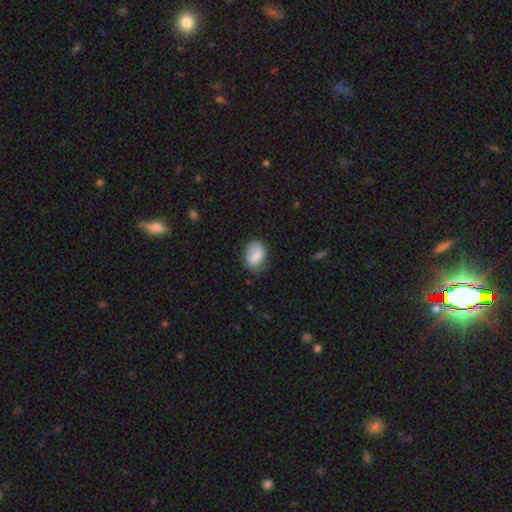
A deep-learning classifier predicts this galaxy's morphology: smooth-or-featured: smooth: 80% | featured or disk: 12% | star or artifact: 7%
  how-rounded: in between: 78% | round: 21% | cigar-shaped: 1%
  merging: none: 65% | minor disturbance: 26% | major disturbance: 7% | merger: 2%